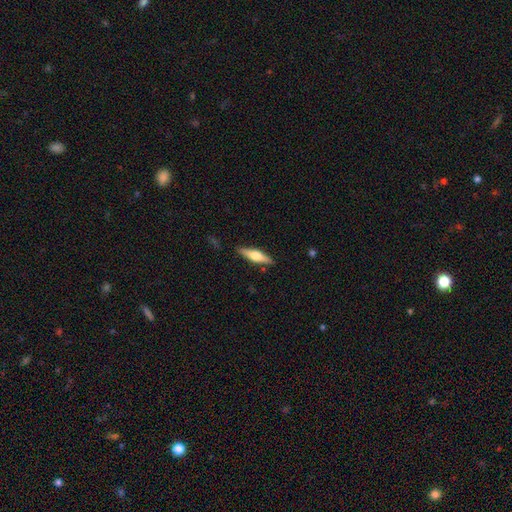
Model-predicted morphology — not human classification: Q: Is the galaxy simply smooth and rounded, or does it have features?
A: featured or disk — 49%.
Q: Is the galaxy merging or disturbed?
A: none — 88%.